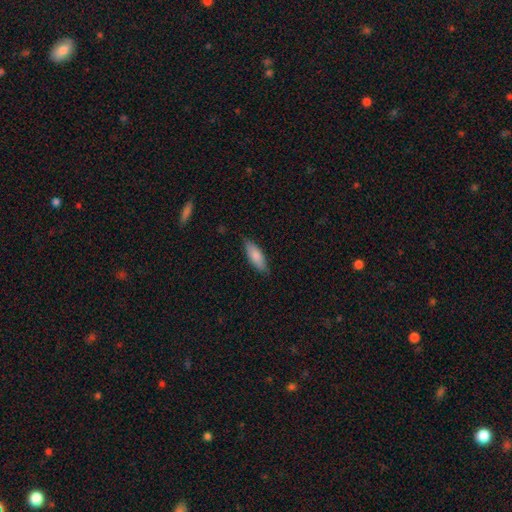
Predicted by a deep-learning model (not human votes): Morphology: type=smooth (82%); roundness=in between (65%); merging=none (79%).